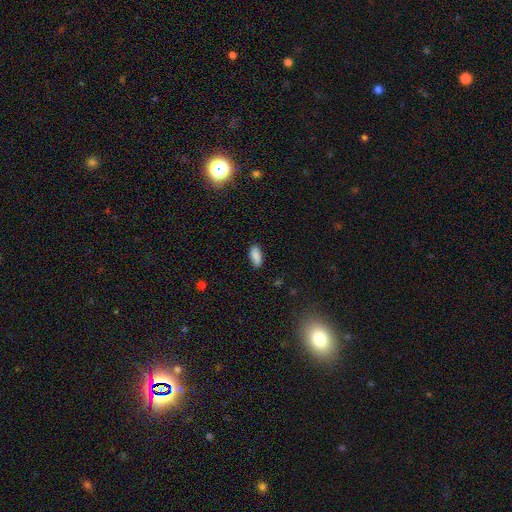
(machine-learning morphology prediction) This is clearly a smooth galaxy (87%). How rounded: clearly in between (86%). Merging: clearly none (82%).